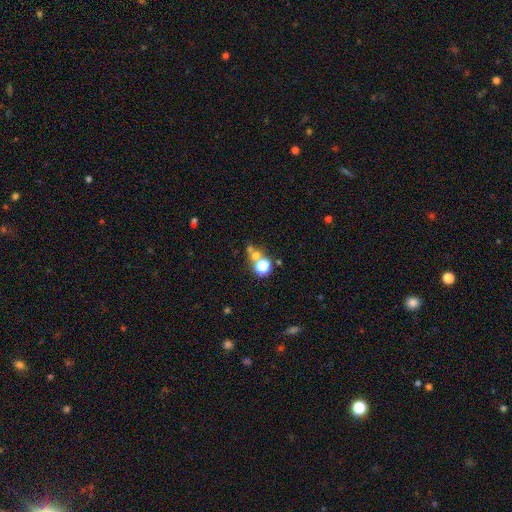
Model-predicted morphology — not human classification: smooth 50%, star or artifact 38%, featured or disk 12%. Down the decision tree: how rounded — round (84%); merging — none (53%).